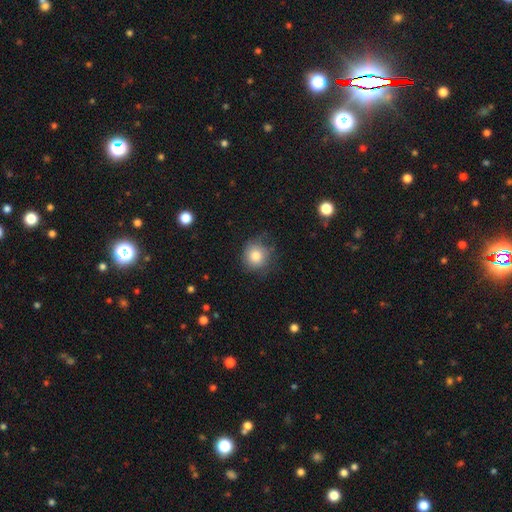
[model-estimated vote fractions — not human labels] Smooth or featured: smooth — 81% (featured or disk — 10%)
How rounded: round — 87% (in between — 12%)
Merging: none — 67% (minor disturbance — 23%)